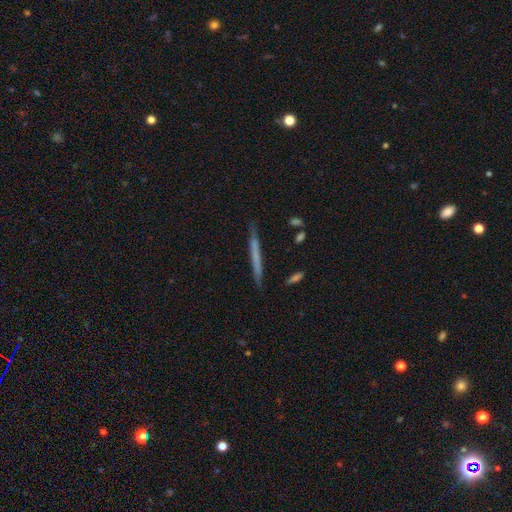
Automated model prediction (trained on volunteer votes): The model was most divided on "smooth or featured": smooth: 52%, featured or disk: 41%, star or artifact: 6%. More confident: how rounded — cigar-shaped (97%); merging — none (86%).